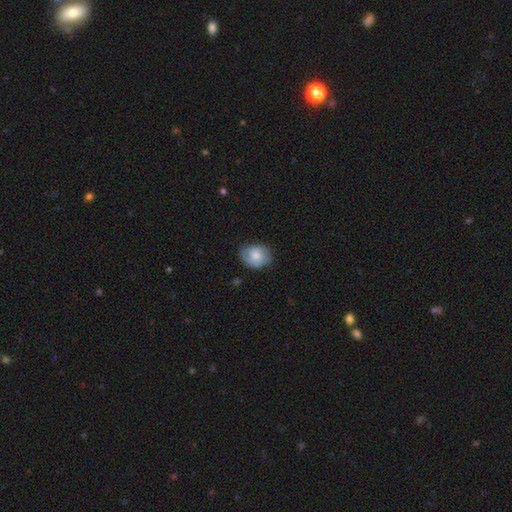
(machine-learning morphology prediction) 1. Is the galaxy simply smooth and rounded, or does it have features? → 48% smooth, 45% featured or disk, 7% star or artifact.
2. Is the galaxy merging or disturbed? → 65% none, 25% minor disturbance, 8% major disturbance, 1% merger.